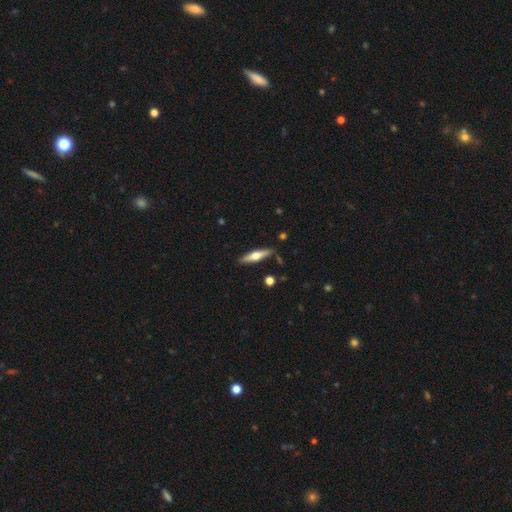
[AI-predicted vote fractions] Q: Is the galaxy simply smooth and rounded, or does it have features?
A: featured or disk — 54%.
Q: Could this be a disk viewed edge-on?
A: yes — 94%.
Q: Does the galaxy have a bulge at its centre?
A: rounded — 92%.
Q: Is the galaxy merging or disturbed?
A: none — 85%.